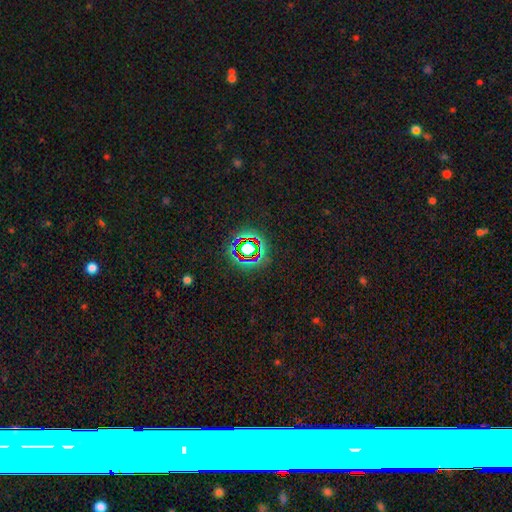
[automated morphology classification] Q: Smooth or featured?
A: star or artifact (39%); runner-up: featured or disk (37%)